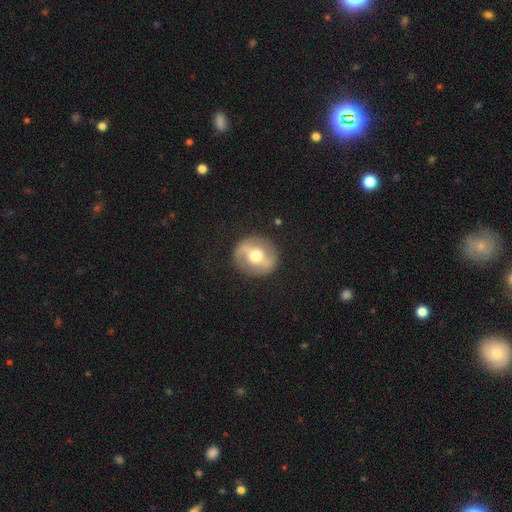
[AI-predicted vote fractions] Smooth or featured?
  - featured or disk: 60% *
  - smooth: 34%
  - star or artifact: 6%
Edge-on disk?
  - no: 93% *
  - yes: 7%
Bar?
  - strong: 39% *
  - weak: 34%
  - no: 27%
Spiral arms?
  - no: 50% * (tied)
  - yes: 50% * (tied)
Bulge size?
  - moderate: 73% *
  - large: 16%
  - small: 8%
  - dominant: 1%
  - none: 1%
Merging?
  - none: 87% *
  - minor disturbance: 9%
  - major disturbance: 4%
  - merger: 1%